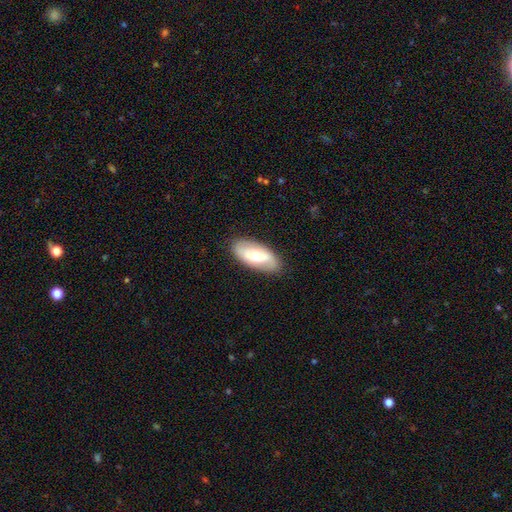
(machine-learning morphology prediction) The model was most divided on "smooth or featured": featured or disk: 48%, smooth: 46%, star or artifact: 6%. More confident: merging — none (85%).